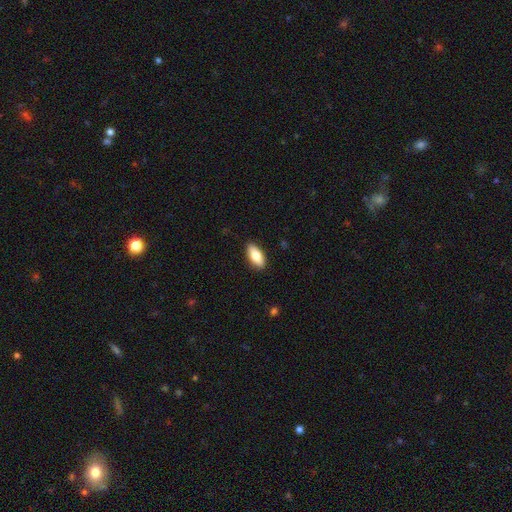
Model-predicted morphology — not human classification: This is clearly a smooth galaxy (80%). How rounded: clearly in between (85%). Merging: clearly none (89%).